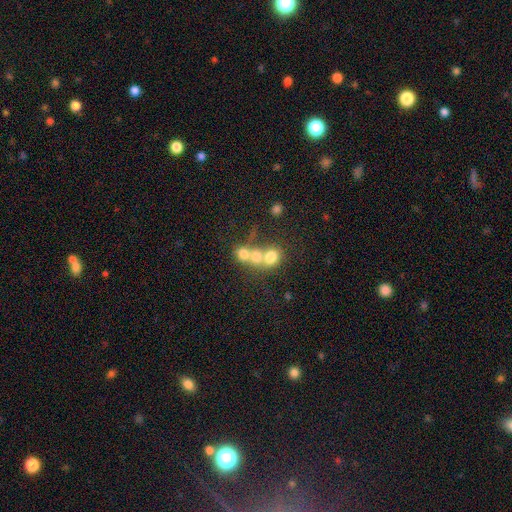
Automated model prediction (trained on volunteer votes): A smooth galaxy with no disk features (66%) that is round (66%).

Vote fractions:
- Smooth or featured? smooth: 66% / featured or disk: 21% / star or artifact: 13%
- How rounded? round: 66% / in between: 32% / cigar-shaped: 1%
- Merging? merger: 65% / none: 24% / minor disturbance: 5% / major disturbance: 5%